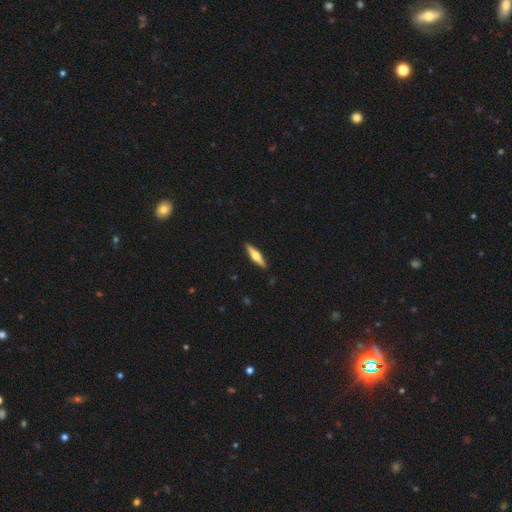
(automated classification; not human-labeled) This appears to be a featured or disk galaxy (55%) viewed edge-on (96%) with a rounded central bulge (93%). Merging: none (90%).